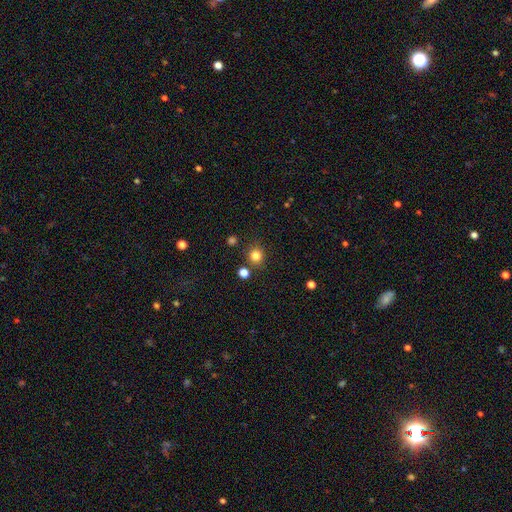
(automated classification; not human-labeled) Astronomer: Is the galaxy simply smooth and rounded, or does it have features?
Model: smooth — 81%.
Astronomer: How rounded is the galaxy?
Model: round — 88%.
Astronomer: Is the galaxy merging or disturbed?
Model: none — 83%.